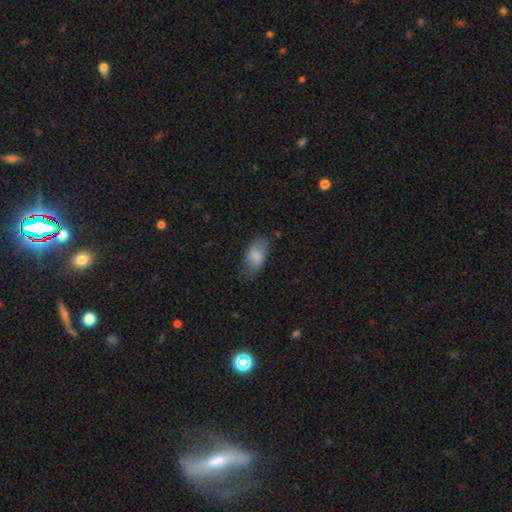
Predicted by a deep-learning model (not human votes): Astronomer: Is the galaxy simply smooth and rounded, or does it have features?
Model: smooth — 84%.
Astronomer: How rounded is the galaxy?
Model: in between — 92%.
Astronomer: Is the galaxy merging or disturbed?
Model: none — 66%.